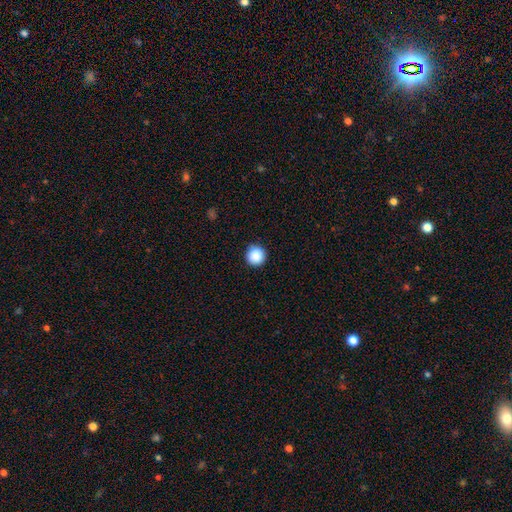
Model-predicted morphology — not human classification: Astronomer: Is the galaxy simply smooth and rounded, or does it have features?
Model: smooth — 88%.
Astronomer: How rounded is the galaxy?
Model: round — 96%.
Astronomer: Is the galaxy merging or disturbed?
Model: none — 91%.